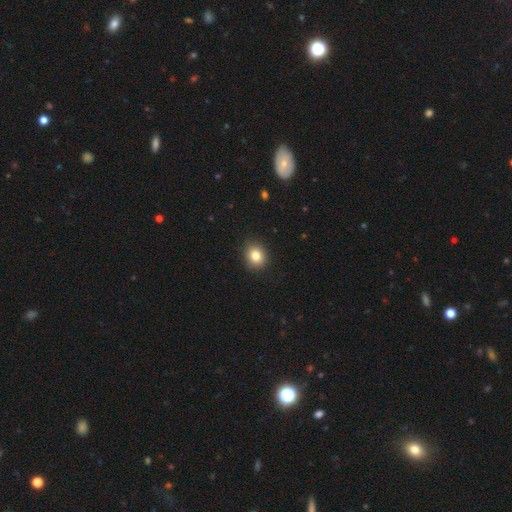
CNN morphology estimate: Q: Smooth or featured?
A: smooth (82%); runner-up: star or artifact (10%)
Q: How rounded?
A: round (69%); runner-up: in between (30%)
Q: Merging?
A: none (90%); runner-up: minor disturbance (7%)